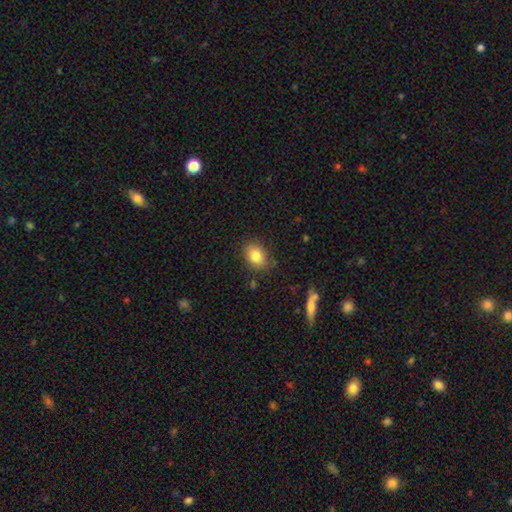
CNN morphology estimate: A smooth galaxy with no disk features (83%) that is in between round and cigar-shaped (64%).

Vote fractions:
- Smooth or featured? smooth: 83% / star or artifact: 9% / featured or disk: 8%
- How rounded? in between: 64% / round: 34% / cigar-shaped: 1%
- Merging? none: 83% / minor disturbance: 12% / major disturbance: 3% / merger: 2%